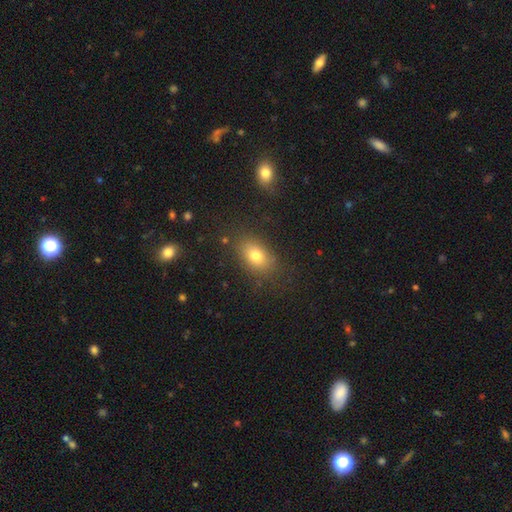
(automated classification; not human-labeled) Smooth or featured?
  - smooth: 77% *
  - featured or disk: 12%
  - star or artifact: 11%
How rounded?
  - in between: 83% *
  - round: 14%
  - cigar-shaped: 2%
Merging?
  - none: 80% *
  - minor disturbance: 13%
  - major disturbance: 5%
  - merger: 2%